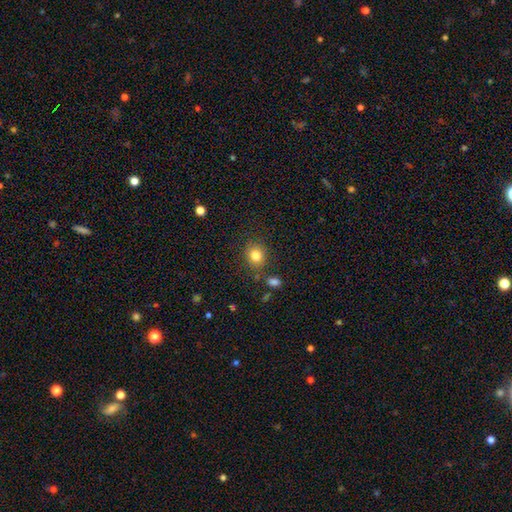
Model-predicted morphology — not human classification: smooth_or_featured: smooth (p=0.82) [alt: star or artifact p=0.11]
how_rounded: round (p=0.73) [alt: in between p=0.26]
merging: none (p=0.82) [alt: minor disturbance p=0.11]